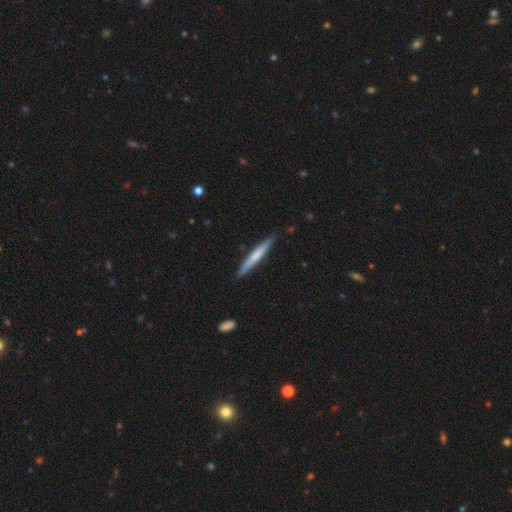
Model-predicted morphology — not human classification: type=smooth (55%); roundness=cigar-shaped (96%); merging=none (88%).